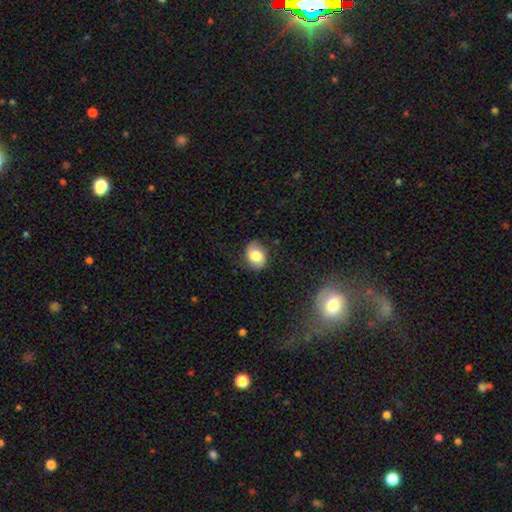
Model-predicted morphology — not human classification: This appears to be a smooth galaxy with no disk features (67%) that is in between round and cigar-shaped (61%). Merging: none (75%).